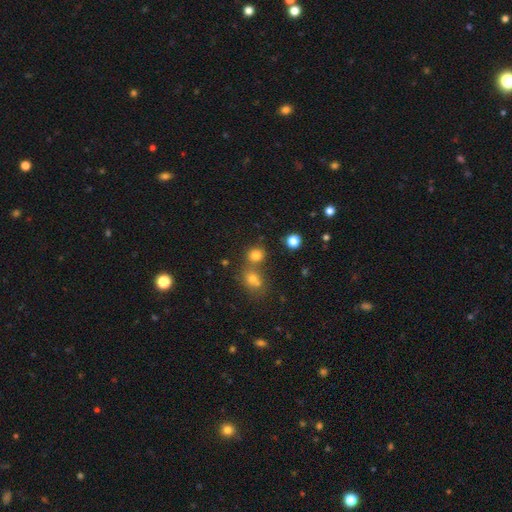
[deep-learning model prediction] smooth_or_featured: smooth (p=0.77) [alt: star or artifact p=0.16]
how_rounded: round (p=0.83) [alt: in between p=0.16]
merging: none (p=0.61) [alt: merger p=0.28]